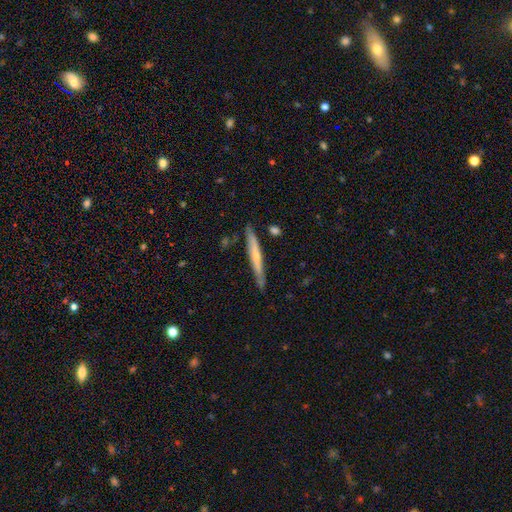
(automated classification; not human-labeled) Smooth or featured?
  - featured or disk: 53% *
  - smooth: 42%
  - star or artifact: 6%
Edge-on disk?
  - yes: 93% *
  - no: 7%
Merging?
  - none: 82% *
  - minor disturbance: 13%
  - merger: 2%
  - major disturbance: 2%